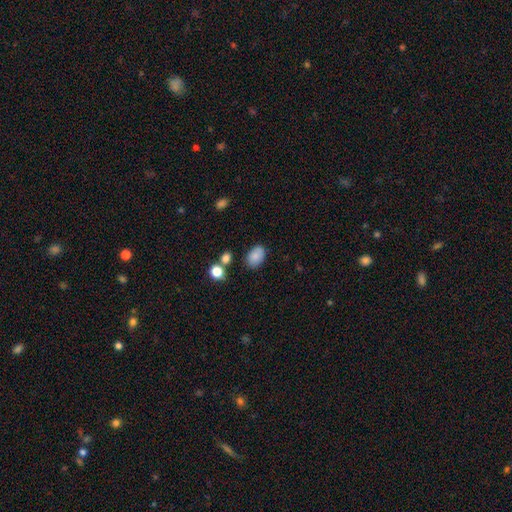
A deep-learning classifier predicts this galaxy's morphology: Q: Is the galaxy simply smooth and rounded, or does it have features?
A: smooth — 84%.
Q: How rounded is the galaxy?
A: in between — 86%.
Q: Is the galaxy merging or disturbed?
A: none — 78%.